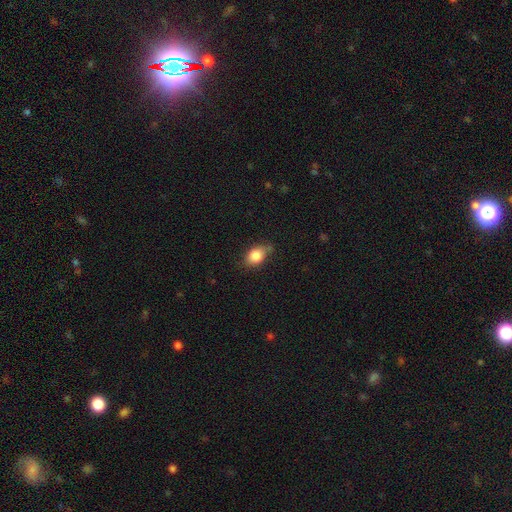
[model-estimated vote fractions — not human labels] Smooth or featured? Predicted: smooth (p=0.83). How rounded? Predicted: in between (p=0.72). Merging? Predicted: none (p=0.62).